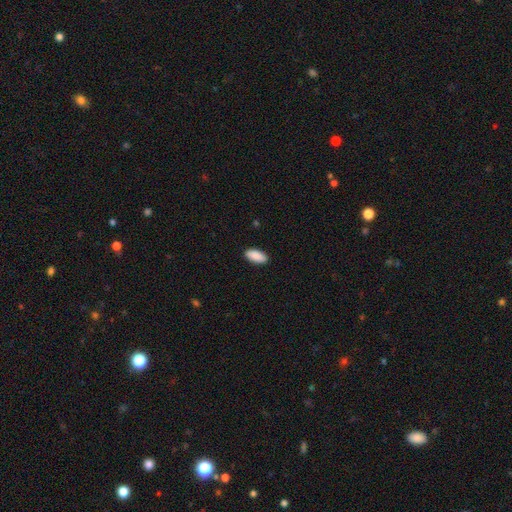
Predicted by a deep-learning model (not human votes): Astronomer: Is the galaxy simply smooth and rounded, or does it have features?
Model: smooth — 91%.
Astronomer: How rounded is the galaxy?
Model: in between — 90%.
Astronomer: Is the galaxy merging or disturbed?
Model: none — 89%.